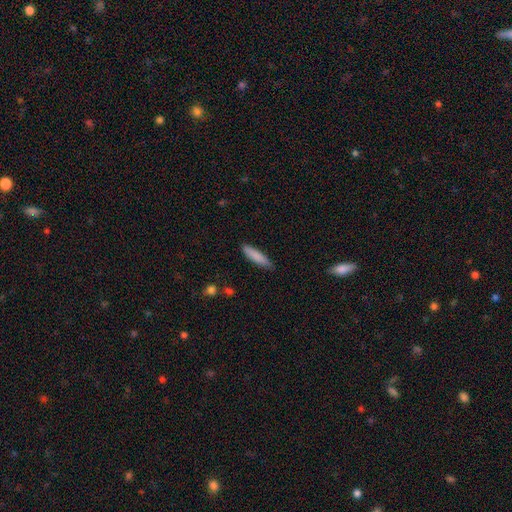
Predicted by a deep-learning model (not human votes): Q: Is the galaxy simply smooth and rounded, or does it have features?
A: smooth — 85%.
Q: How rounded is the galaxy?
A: cigar-shaped — 75%.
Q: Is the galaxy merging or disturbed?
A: none — 81%.